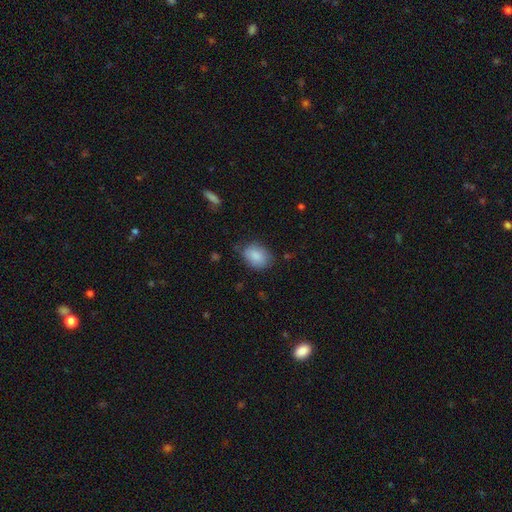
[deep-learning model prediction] Overall: smooth (87%). How rounded: in between (71%). Merging: none (69%).